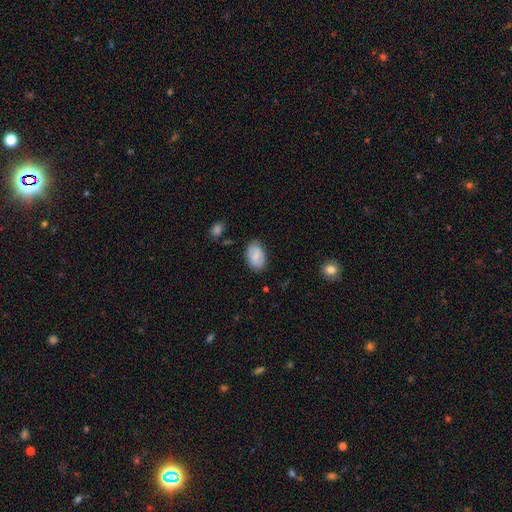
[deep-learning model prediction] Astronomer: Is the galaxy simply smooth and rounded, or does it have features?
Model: smooth — 70%.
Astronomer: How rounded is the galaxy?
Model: in between — 88%.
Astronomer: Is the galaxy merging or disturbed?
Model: none — 80%.